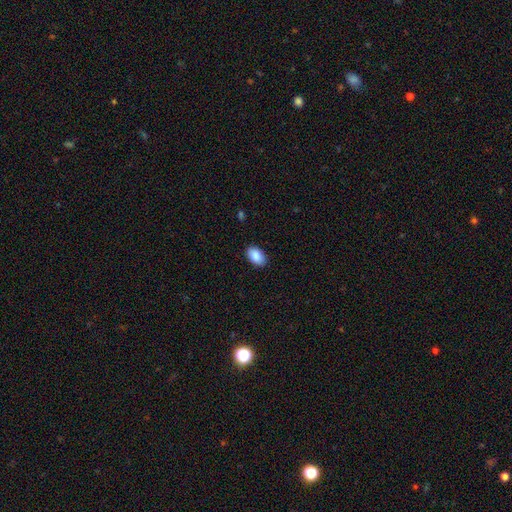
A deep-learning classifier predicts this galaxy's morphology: This appears to be a smooth galaxy with no disk features (90%) that is in between round and cigar-shaped (92%). Merging: none (88%).